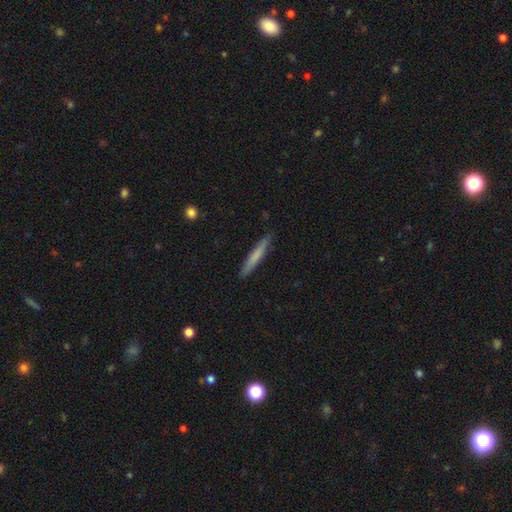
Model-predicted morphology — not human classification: A smooth galaxy with no disk features (68%) that is cigar-shaped (95%).

Vote fractions:
- Smooth or featured? smooth: 68% / featured or disk: 26% / star or artifact: 6%
- How rounded? cigar-shaped: 95% / in between: 3% / round: 1%
- Merging? none: 90% / minor disturbance: 8% / major disturbance: 1% / merger: 1%